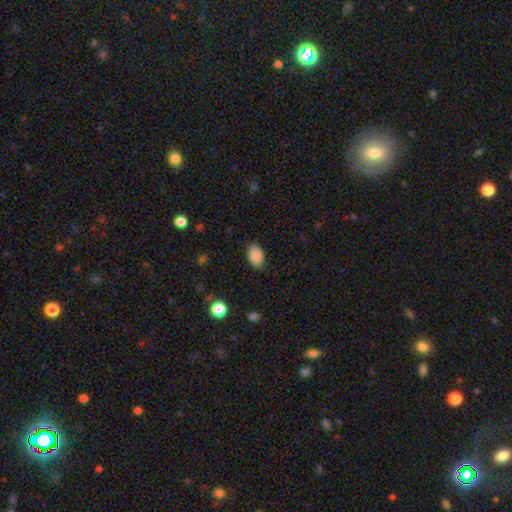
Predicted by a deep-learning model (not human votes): A smooth galaxy with no disk features (89%) that is in between round and cigar-shaped (85%). Merging: none (82%).